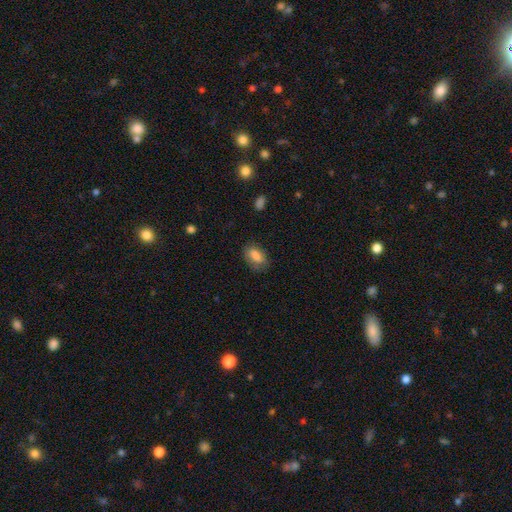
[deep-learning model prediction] Morphology: type=smooth (82%); roundness=in between (88%); merging=none (74%).